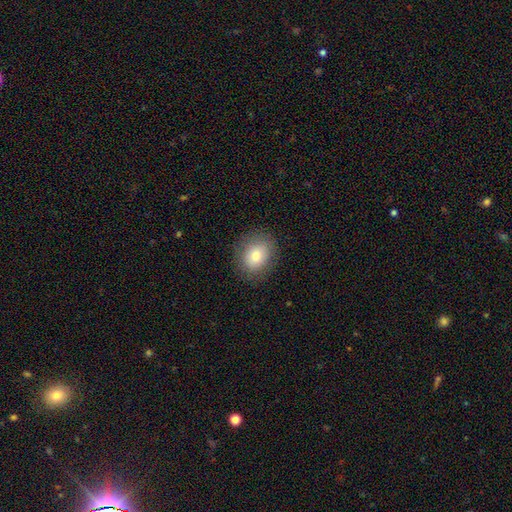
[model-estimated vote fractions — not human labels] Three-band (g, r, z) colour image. It shows a smooth galaxy with no disk features (79%) that is round (55%). Merging: none (86%).